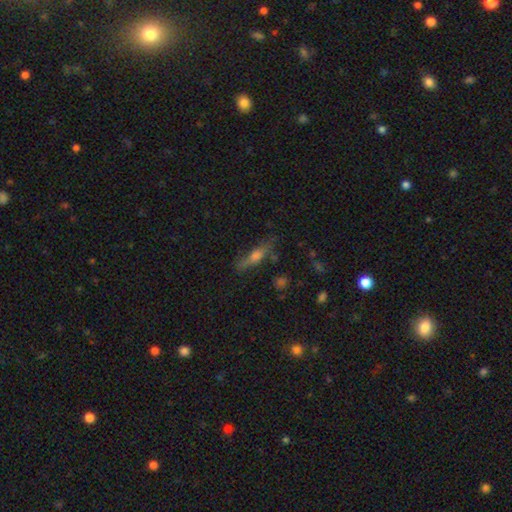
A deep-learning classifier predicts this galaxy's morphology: Smooth or featured? Predicted: featured or disk (p=0.45). Merging? Predicted: none (p=0.70).